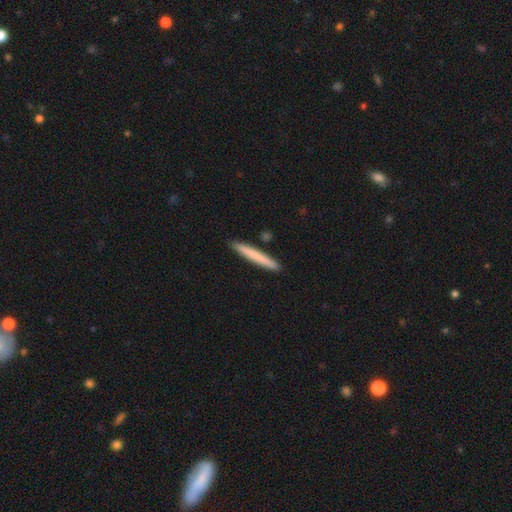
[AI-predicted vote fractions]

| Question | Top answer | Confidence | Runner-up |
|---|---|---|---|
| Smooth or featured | smooth | 74% | featured or disk (20%) |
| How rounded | cigar-shaped | 97% | in between (2%) |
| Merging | none | 90% | minor disturbance (6%) |